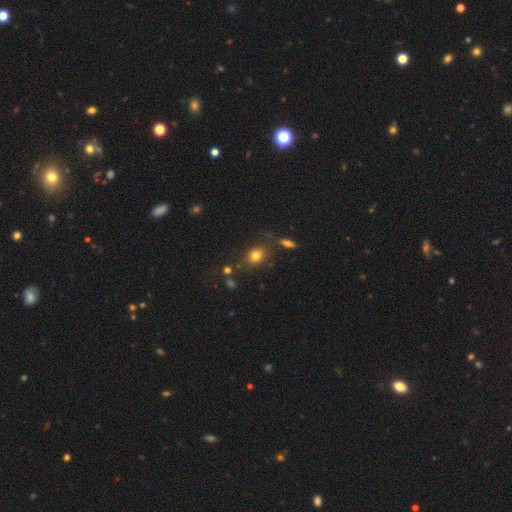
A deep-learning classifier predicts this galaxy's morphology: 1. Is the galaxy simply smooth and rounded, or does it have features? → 77% smooth, 14% star or artifact, 9% featured or disk.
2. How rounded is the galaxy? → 59% round, 39% in between, 2% cigar-shaped.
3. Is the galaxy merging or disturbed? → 73% none, 15% minor disturbance, 6% merger, 6% major disturbance.